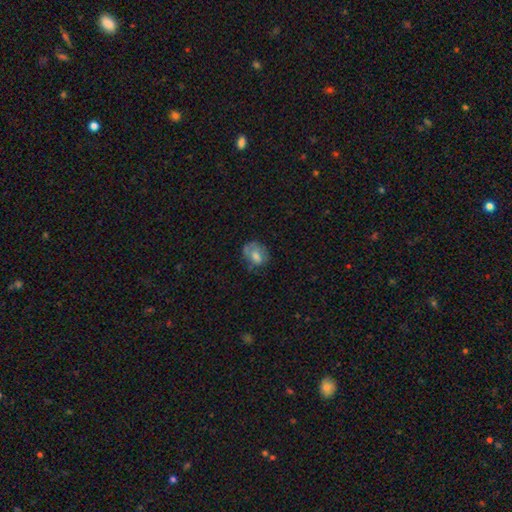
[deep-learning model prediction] This is possibly a smooth galaxy (58%). How rounded: possibly in between (56%). Merging: possibly none (50%).